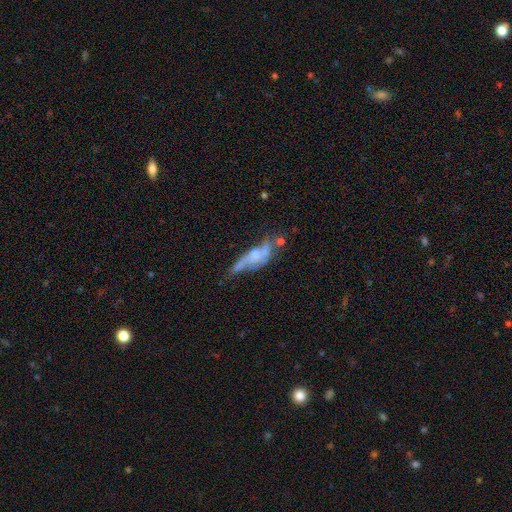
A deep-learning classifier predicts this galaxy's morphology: A featured or disk galaxy (58%). Merging: none (30%).